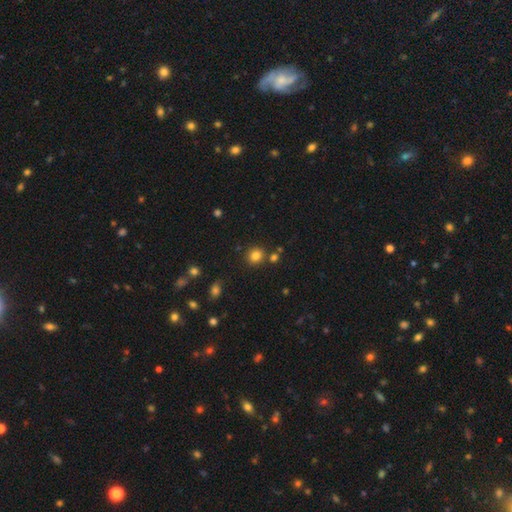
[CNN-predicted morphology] Smooth or featured: smooth — 81% (star or artifact — 13%)
How rounded: round — 86% (in between — 13%)
Merging: none — 82% (minor disturbance — 8%)